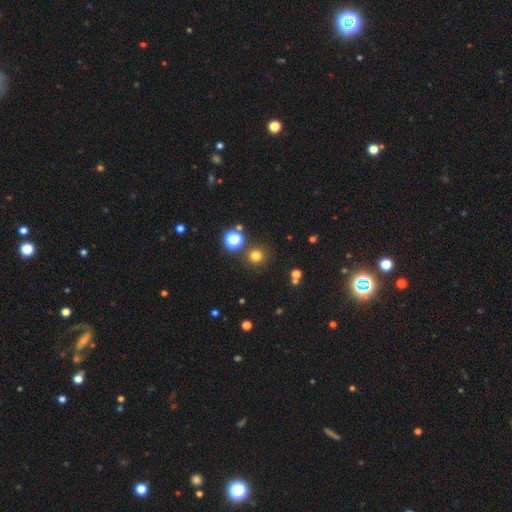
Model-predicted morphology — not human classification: A smooth galaxy with no disk features (73%) that is round (94%). Merging: none (87%).